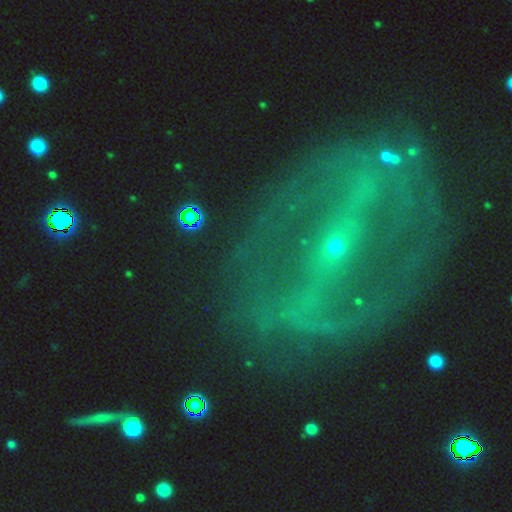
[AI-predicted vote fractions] featured or disk 73%, star or artifact 16%, smooth 11%. Down the decision tree: edge-on disk — no (91%); bar — strong (50%); spiral arms — yes (63%); bulge size — small (74%); merging — none (75%).